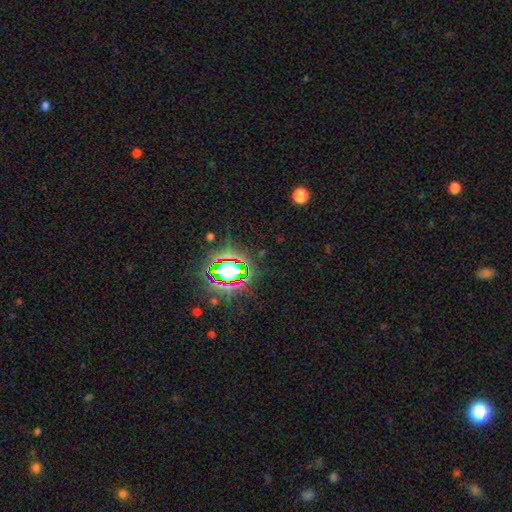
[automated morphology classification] Q: Smooth or featured?
A: star or artifact (78%); runner-up: smooth (14%)